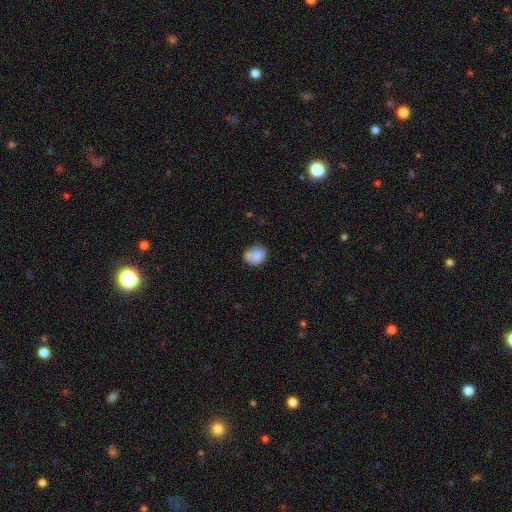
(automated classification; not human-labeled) Q: Smooth or featured?
A: smooth (84%); runner-up: star or artifact (9%)
Q: How rounded?
A: round (56%); runner-up: in between (43%)
Q: Merging?
A: none (66%); runner-up: minor disturbance (24%)